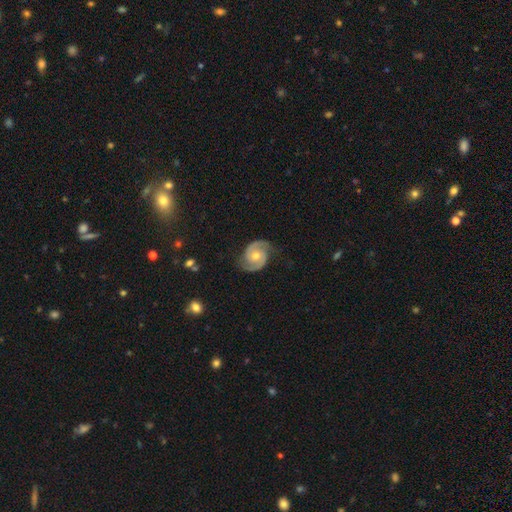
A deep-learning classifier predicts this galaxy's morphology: smooth-or-featured: featured or disk: 90% | smooth: 6% | star or artifact: 4%
  disk-edge-on: no: 98% | yes: 2%
    bar: no: 65% | weak: 29% | strong: 6%
    has-spiral-arms: yes: 98% | no: 2%
      spiral-winding: medium: 53% | tight: 35% | loose: 13%
      spiral-arm-count: 2: 94% | can't tell: 2% | 3: 1% | 1: 1% | 4: 1% | more than 4: 1%
    bulge-size: moderate: 65% | small: 30% | large: 2% | none: 1% | dominant: 1%
  merging: none: 82% | minor disturbance: 14% | major disturbance: 4% | merger: 1%